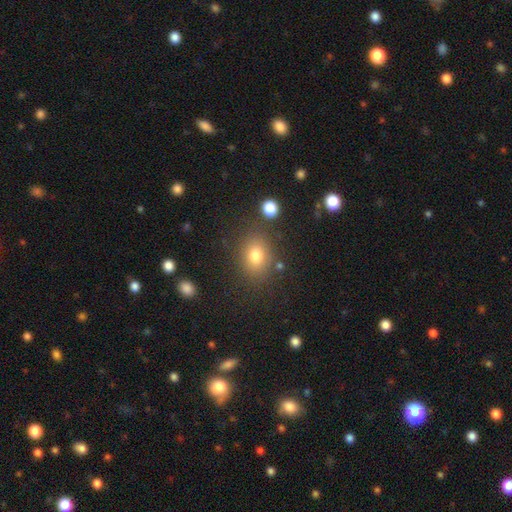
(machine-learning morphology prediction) type=smooth (77%); roundness=in between (50%); merging=none (80%).